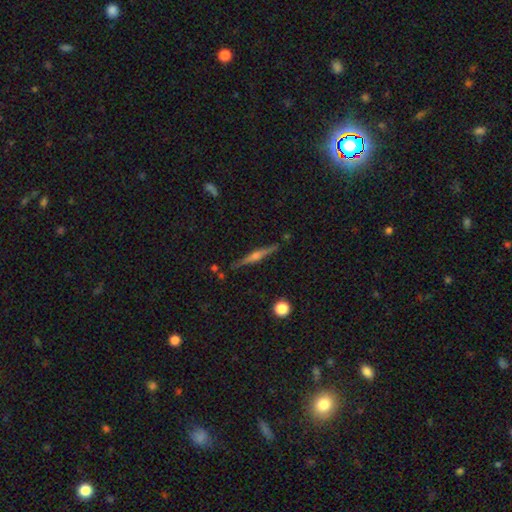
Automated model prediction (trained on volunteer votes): featured or disk 76%, smooth 17%, star or artifact 7%. Down the decision tree: edge-on disk — yes (98%); edge-on bulge — rounded (79%); merging — none (88%).